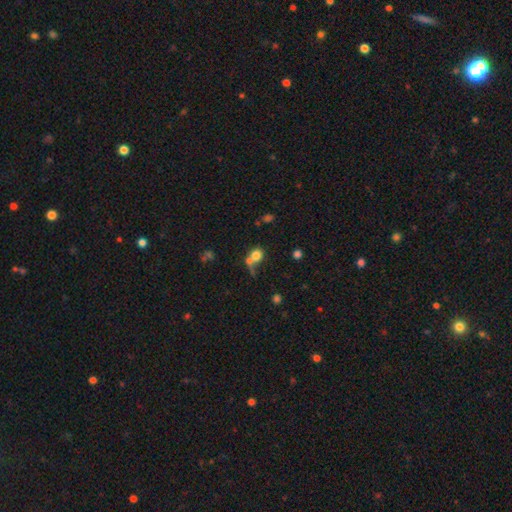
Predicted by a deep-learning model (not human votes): A smooth galaxy with no disk features (75%) that is round (79%).

Vote fractions:
- Smooth or featured? smooth: 75% / featured or disk: 13% / star or artifact: 12%
- How rounded? round: 79% / in between: 20% / cigar-shaped: 1%
- Merging? merger: 46% / none: 35% / minor disturbance: 10% / major disturbance: 9%